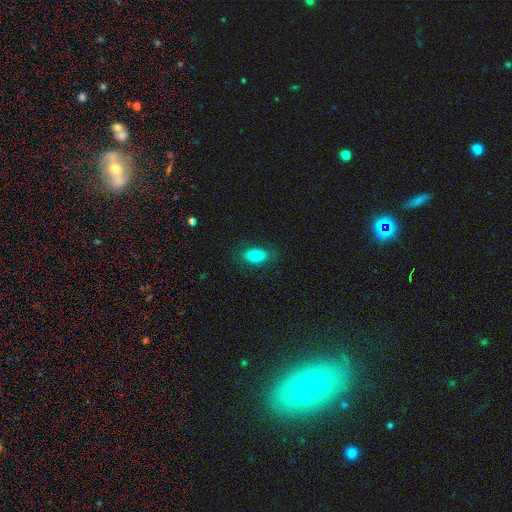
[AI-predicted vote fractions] A smooth galaxy with no disk features (79%) that is in between round and cigar-shaped (89%).

Vote fractions:
- Smooth or featured? smooth: 79% / featured or disk: 12% / star or artifact: 8%
- How rounded? in between: 89% / round: 9% / cigar-shaped: 2%
- Merging? none: 83% / minor disturbance: 13% / major disturbance: 4% / merger: 1%